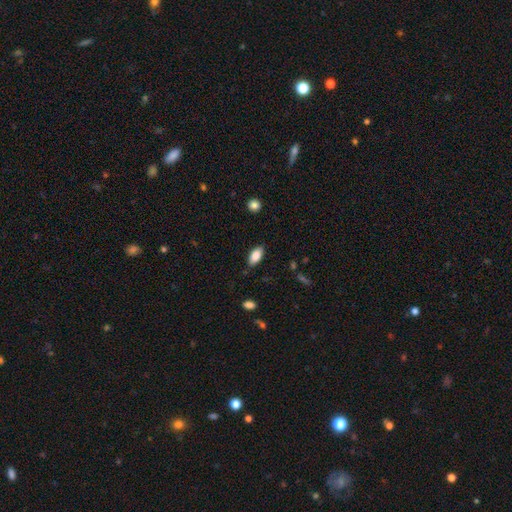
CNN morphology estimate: This appears to be a smooth galaxy with no disk features (84%) that is in between round and cigar-shaped (90%). Merging: none (85%).